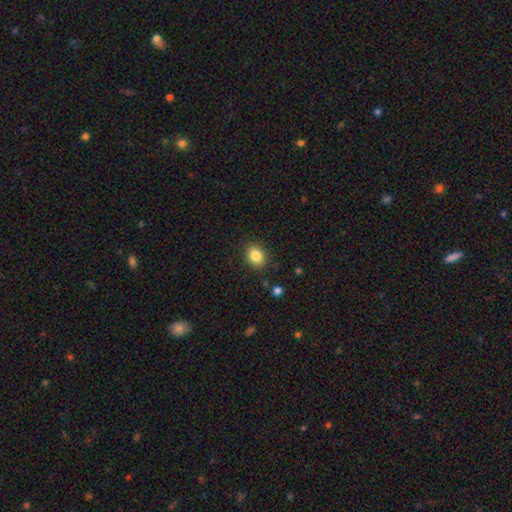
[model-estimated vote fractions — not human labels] Smooth or featured? Predicted: smooth (p=0.84). How rounded? Predicted: in between (p=0.53). Merging? Predicted: none (p=0.86).